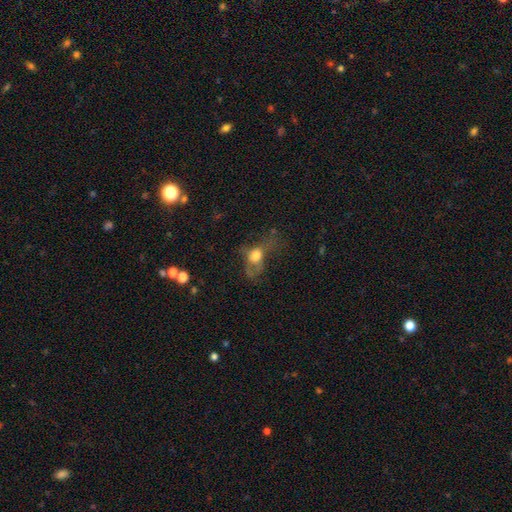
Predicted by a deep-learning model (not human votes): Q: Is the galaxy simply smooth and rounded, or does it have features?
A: smooth — 59%.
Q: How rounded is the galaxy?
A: in between — 59%.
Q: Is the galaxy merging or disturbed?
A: major disturbance — 53%.